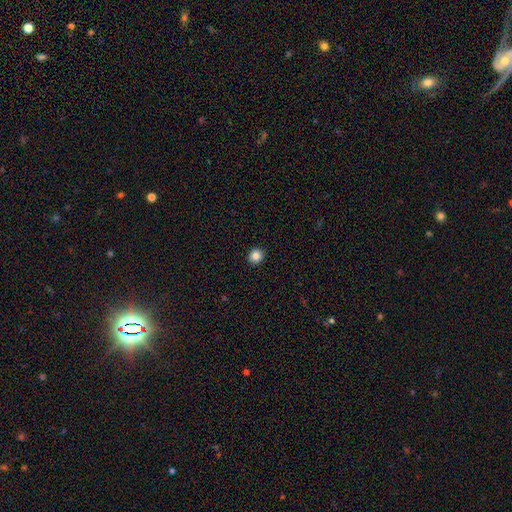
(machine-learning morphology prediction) smooth 85%, star or artifact 10%, featured or disk 5%. Down the decision tree: how rounded — round (87%); merging — none (93%).